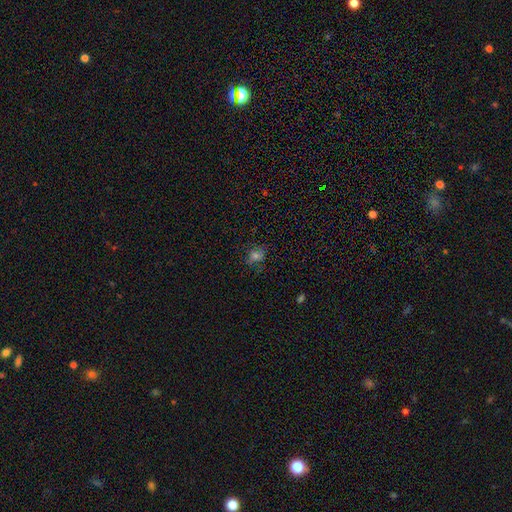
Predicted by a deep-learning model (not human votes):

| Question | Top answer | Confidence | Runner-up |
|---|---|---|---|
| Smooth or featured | smooth | 59% | star or artifact (24%) |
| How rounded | round | 63% | in between (35%) |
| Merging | none | 72% | minor disturbance (19%) |